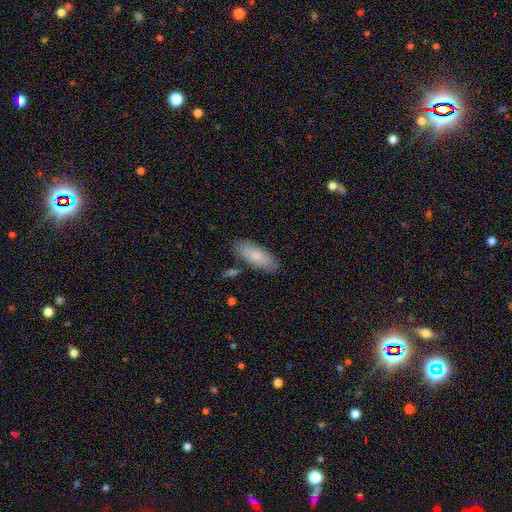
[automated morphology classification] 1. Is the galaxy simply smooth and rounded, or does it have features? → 80% smooth, 14% featured or disk, 6% star or artifact.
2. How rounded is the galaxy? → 78% in between, 20% cigar-shaped, 2% round.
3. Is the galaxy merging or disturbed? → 81% none, 13% minor disturbance, 4% merger, 3% major disturbance.